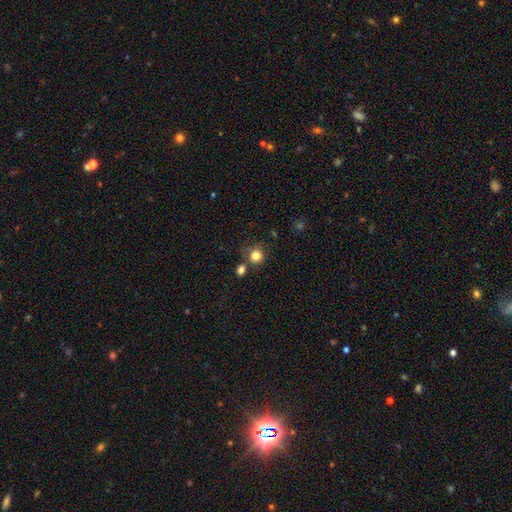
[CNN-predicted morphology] Q: Smooth or featured?
A: smooth (82%); runner-up: star or artifact (12%)
Q: How rounded?
A: round (89%); runner-up: in between (10%)
Q: Merging?
A: none (68%); runner-up: merger (14%)